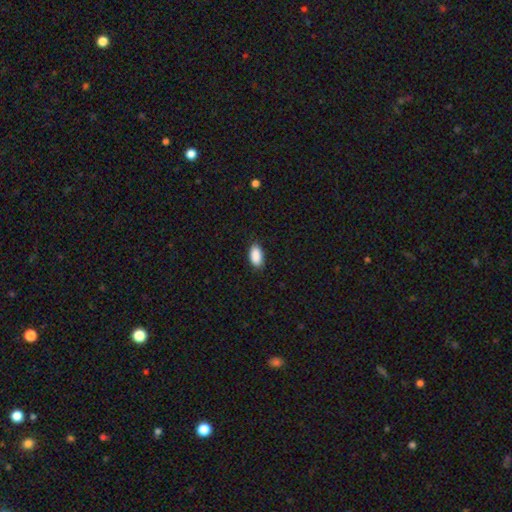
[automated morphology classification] A smooth galaxy with no disk features (90%) that is in between round and cigar-shaped (93%).

Vote fractions:
- Smooth or featured? smooth: 90% / star or artifact: 7% / featured or disk: 3%
- How rounded? in between: 93% / round: 3% / cigar-shaped: 3%
- Merging? none: 86% / minor disturbance: 11% / major disturbance: 2% / merger: 1%